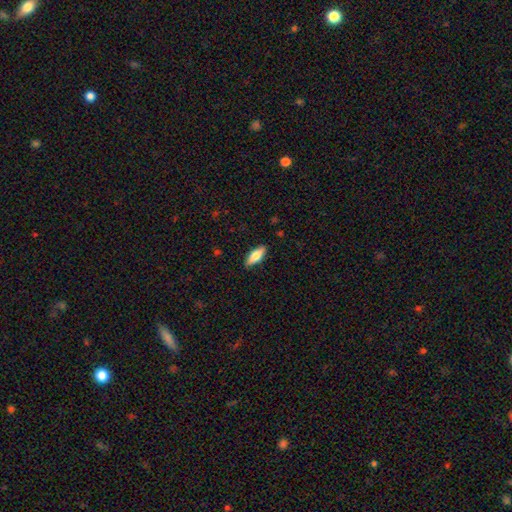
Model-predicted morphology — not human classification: This is likely a smooth galaxy (71%). How rounded: likely in between (68%). Merging: clearly none (88%).